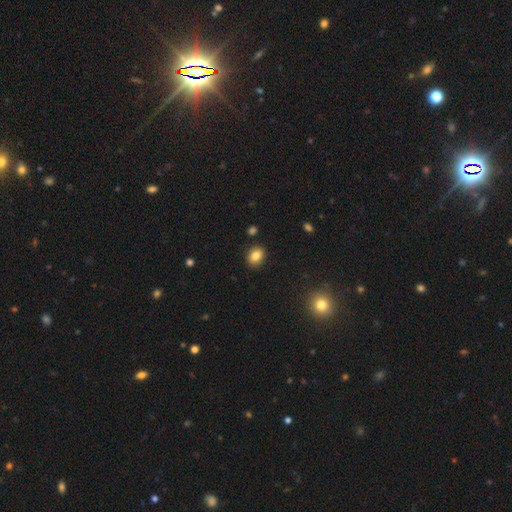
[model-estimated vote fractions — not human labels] smooth-or-featured: smooth: 82% | star or artifact: 9% | featured or disk: 8%
  how-rounded: in between: 57% | round: 42% | cigar-shaped: 1%
  merging: none: 88% | minor disturbance: 8% | major disturbance: 2% | merger: 2%